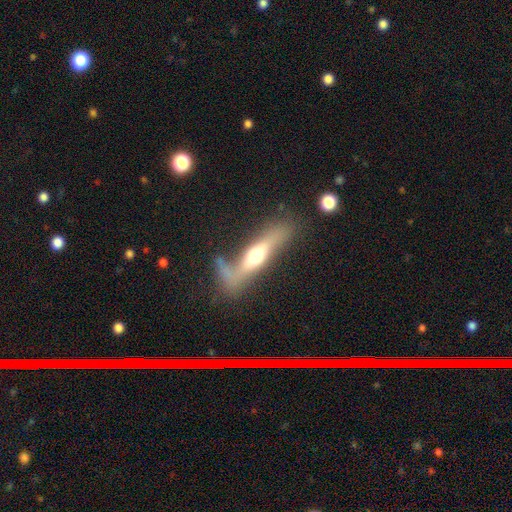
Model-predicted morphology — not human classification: Smooth or featured? Predicted: featured or disk (p=0.63). Edge-on disk? Predicted: yes (p=0.67). Merging? Predicted: none (p=0.55).